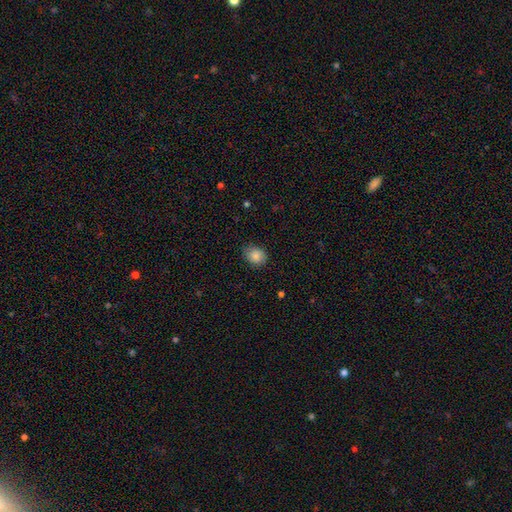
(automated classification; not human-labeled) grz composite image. It shows a smooth galaxy with no disk features (85%) that is round (51%). Merging: none (78%).